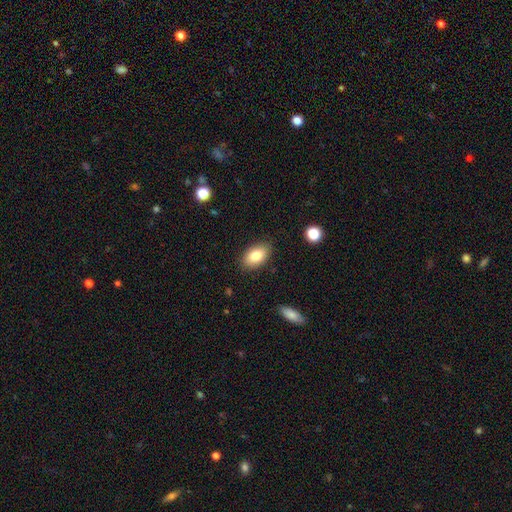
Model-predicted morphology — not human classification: Smooth or featured?
  - smooth: 83% *
  - featured or disk: 10%
  - star or artifact: 7%
How rounded?
  - in between: 92% *
  - round: 6%
  - cigar-shaped: 2%
Merging?
  - none: 85% *
  - minor disturbance: 11%
  - major disturbance: 3%
  - merger: 1%